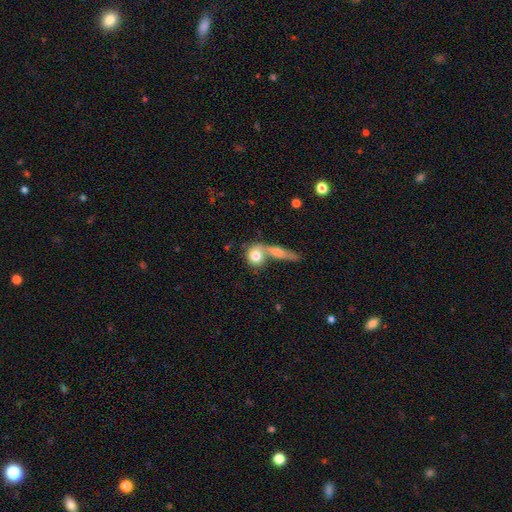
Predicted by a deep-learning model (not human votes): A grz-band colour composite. It shows a smooth galaxy with no disk features (73%) that is round (68%). Merging: merger (54%).